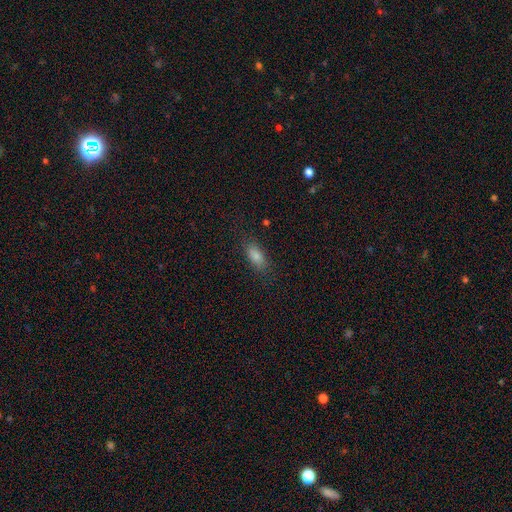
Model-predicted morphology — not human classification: This is likely a smooth galaxy (79%). How rounded: clearly in between (80%). Merging: clearly none (82%).